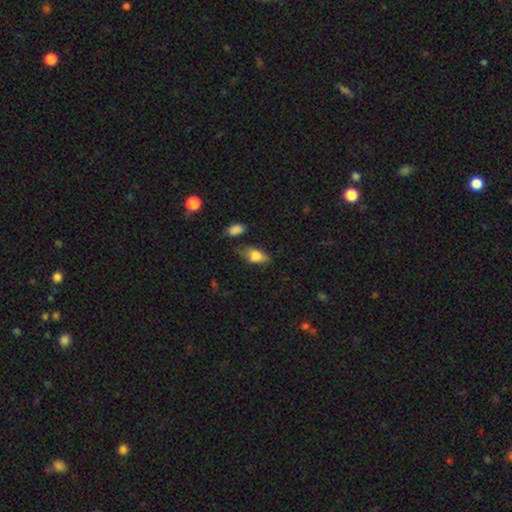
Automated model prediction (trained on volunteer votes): Overall: smooth (75%). How rounded: in between (87%). Merging: none (55%; minor disturbance 29%).